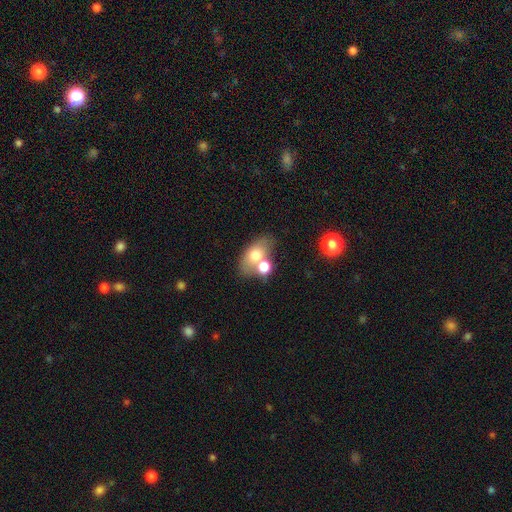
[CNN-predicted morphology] Smooth or featured? smooth (68%)
How rounded? in between (79%)
Merging? none (44%)